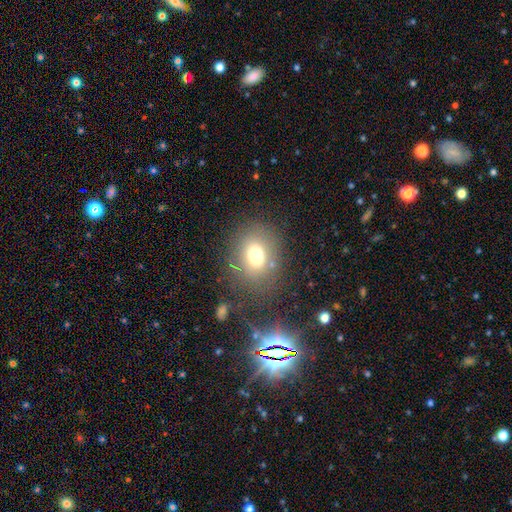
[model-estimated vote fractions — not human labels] smooth 72%, star or artifact 14%, featured or disk 14%. Down the decision tree: how rounded — in between (52%); merging — none (74%).